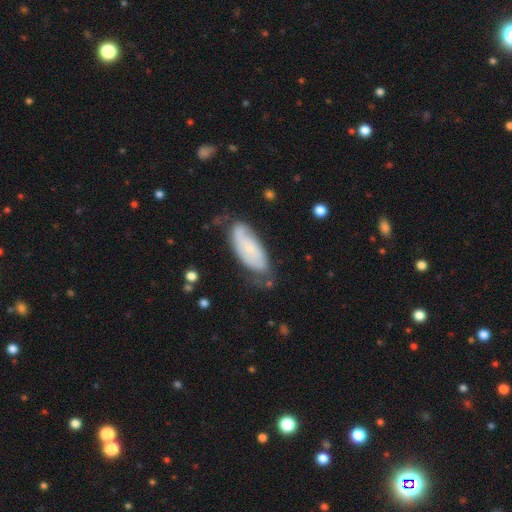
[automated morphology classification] Overall: featured or disk (49%; smooth 45%). Merging: none (51%; minor disturbance 31%).